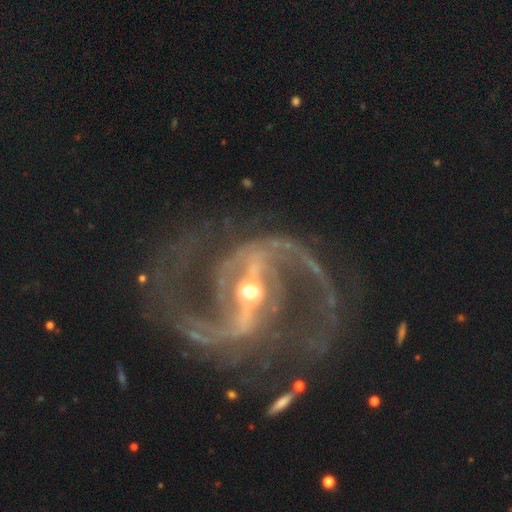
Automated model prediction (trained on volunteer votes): featured or disk 94%, star or artifact 4%, smooth 2%. Down the decision tree: edge-on disk — no (98%); bar — strong (69%); spiral arms — yes (98%); spiral arm count — 2 (93%); spiral winding — medium (61%); bulge size — small (48%); merging — none (74%).